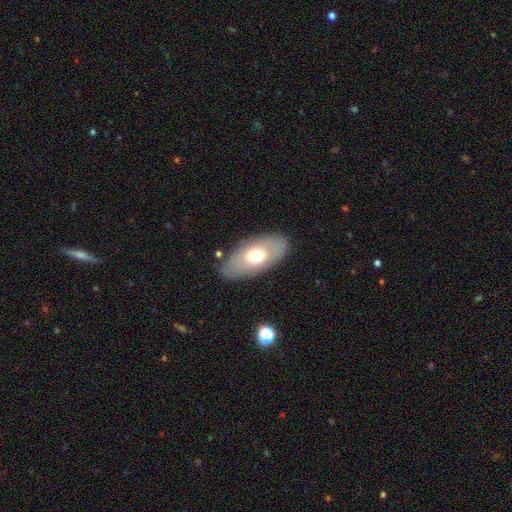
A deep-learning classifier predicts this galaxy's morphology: This is likely a smooth galaxy (61%). How rounded: clearly in between (91%). Merging: clearly none (81%).